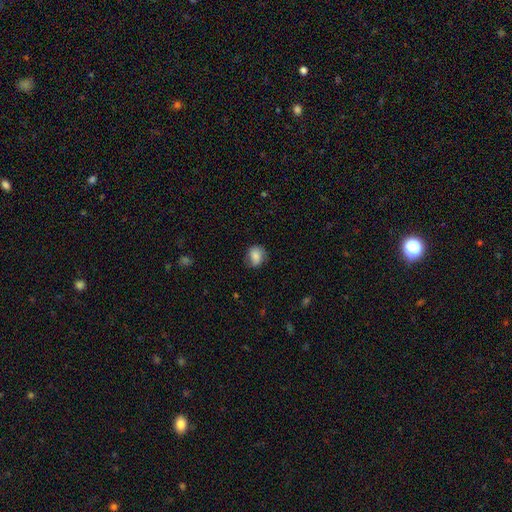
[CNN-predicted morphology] Smooth or featured?
  - smooth: 79% *
  - featured or disk: 13%
  - star or artifact: 8%
How rounded?
  - round: 63% *
  - in between: 36%
  - cigar-shaped: 1%
Merging?
  - none: 67% *
  - minor disturbance: 24%
  - major disturbance: 7%
  - merger: 1%